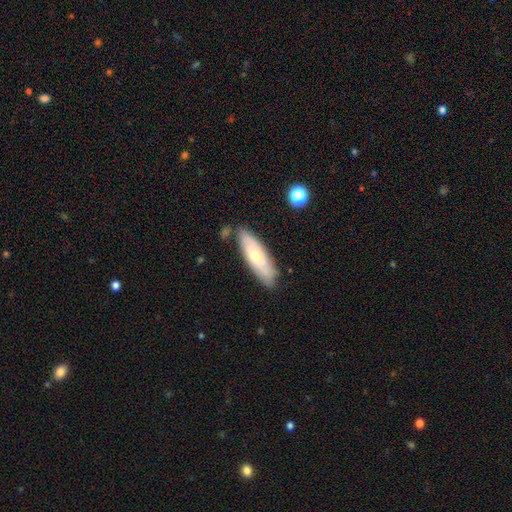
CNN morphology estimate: Q: Smooth or featured?
A: smooth (55%); runner-up: featured or disk (39%)
Q: How rounded?
A: in between (50%); runner-up: cigar-shaped (48%)
Q: Merging?
A: none (78%); runner-up: minor disturbance (16%)